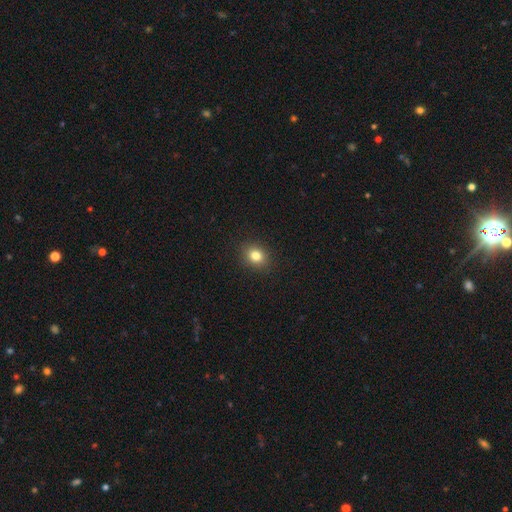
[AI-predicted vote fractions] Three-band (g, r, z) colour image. It shows a smooth galaxy with no disk features (82%) that is round (59%). Merging: none (90%).